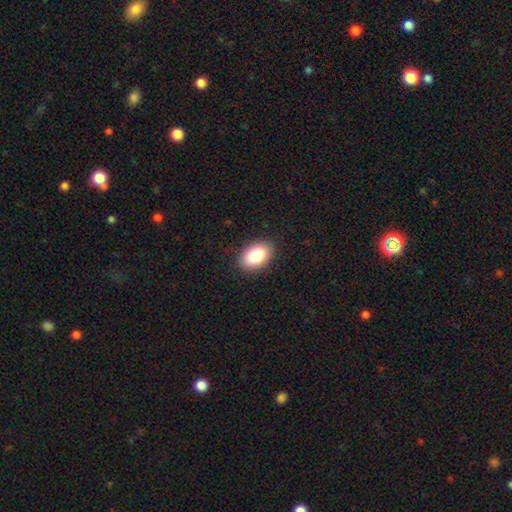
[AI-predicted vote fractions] Smooth or featured?
  - smooth: 85% *
  - featured or disk: 7%
  - star or artifact: 7%
How rounded?
  - in between: 91% *
  - round: 8%
  - cigar-shaped: 1%
Merging?
  - none: 89% *
  - minor disturbance: 8%
  - major disturbance: 2%
  - merger: 1%